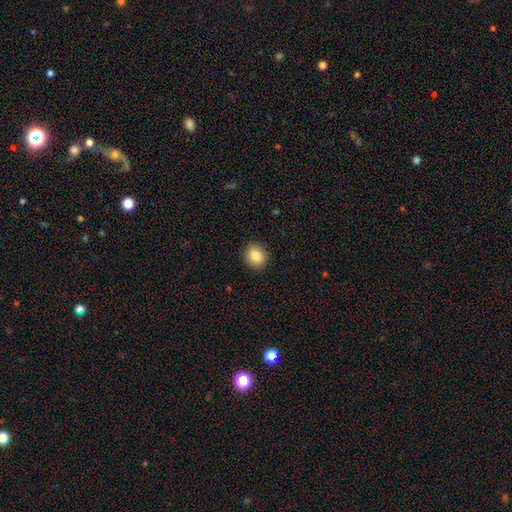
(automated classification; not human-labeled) smooth 85%, star or artifact 9%, featured or disk 7%. Down the decision tree: how rounded — round (74%); merging — none (91%).